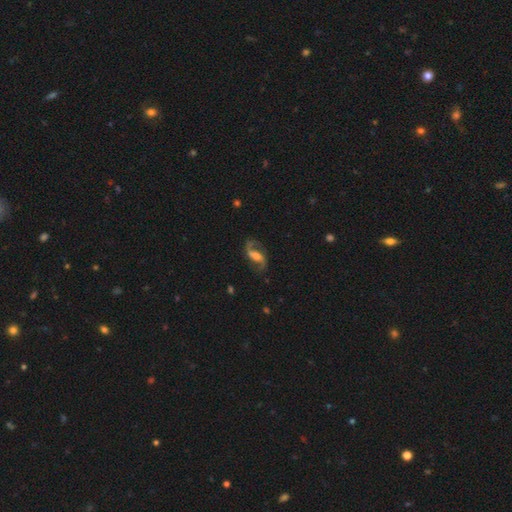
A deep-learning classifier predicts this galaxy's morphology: featured or disk 84%, smooth 9%, star or artifact 7%. Down the decision tree: edge-on disk — no (96%); bar — weak (44%); spiral arms — yes (96%); spiral arm count — 2 (92%); spiral winding — loose (65%); bulge size — moderate (33%); merging — none (72%).